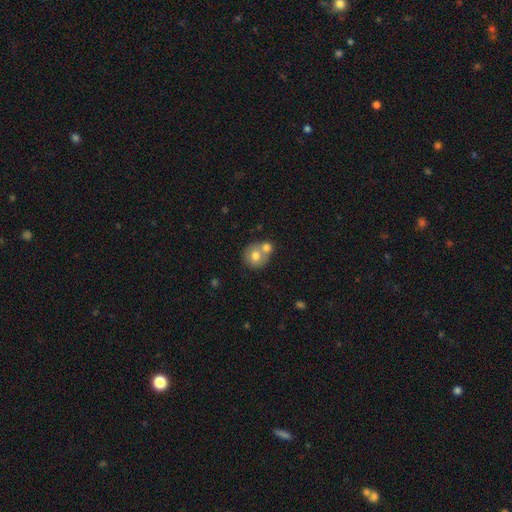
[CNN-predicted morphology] Q: Smooth or featured?
A: smooth (72%); runner-up: featured or disk (19%)
Q: How rounded?
A: round (81%); runner-up: in between (18%)
Q: Merging?
A: merger (52%); runner-up: none (37%)